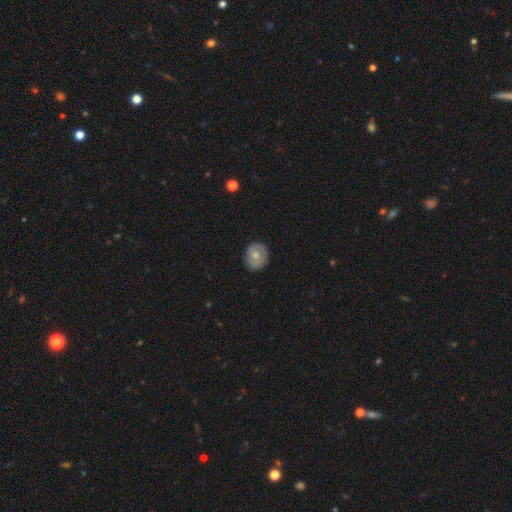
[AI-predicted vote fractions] The model was most divided on "smooth or featured": smooth: 58%, featured or disk: 35%, star or artifact: 7%. More confident: merging — none (83%); how rounded — round (76%).